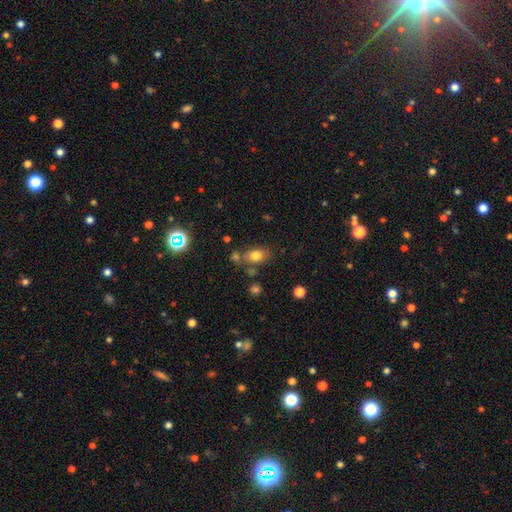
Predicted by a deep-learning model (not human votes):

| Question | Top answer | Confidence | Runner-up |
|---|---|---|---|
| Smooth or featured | smooth | 77% | star or artifact (13%) |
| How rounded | in between | 72% | round (26%) |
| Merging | none | 63% | merger (16%) |